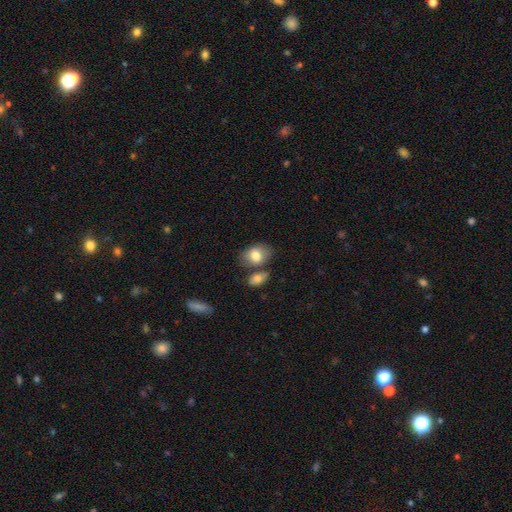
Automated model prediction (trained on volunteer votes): smooth 77%, featured or disk 16%, star or artifact 7%. Down the decision tree: how rounded — in between (79%); merging — none (60%).